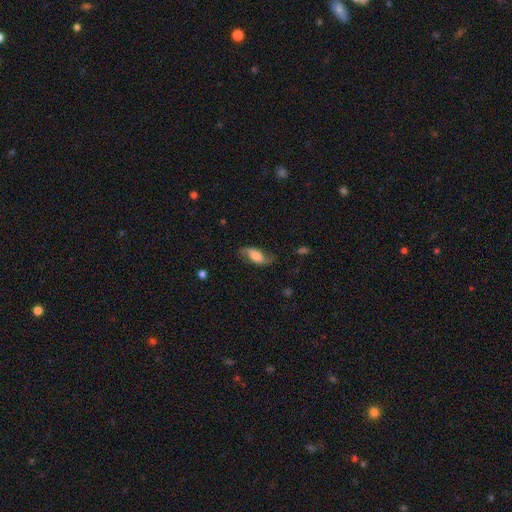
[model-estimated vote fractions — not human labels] This is possibly a featured or disk galaxy (58%). It is clearly not viewed edge-on (89%). Bar: possibly no (52%). Spiral arm pattern: clearly yes (90%). Central bulge: marginally large (36%). Merging: likely none (71%).